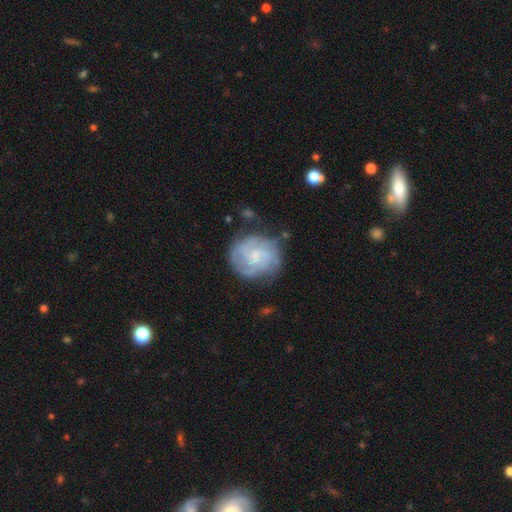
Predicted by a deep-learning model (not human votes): Smooth or featured?
  - featured or disk: 70% *
  - smooth: 23%
  - star or artifact: 6%
Edge-on disk?
  - no: 98% *
  - yes: 2%
Bar?
  - no: 66% *
  - weak: 31%
  - strong: 4%
Spiral arms?
  - yes: 87% *
  - no: 13%
Spiral winding?
  - tight: 54% *
  - medium: 35%
  - loose: 11%
Spiral arm count?
  - can't tell: 36% *
  - 3: 25%
  - 2: 19%
  - 4: 11%
  - 1: 5%
  - more than 4: 5%
Bulge size?
  - small: 52% *
  - moderate: 30%
  - none: 14%
  - large: 3%
  - dominant: 1%
Merging?
  - none: 69% *
  - minor disturbance: 20%
  - major disturbance: 9%
  - merger: 3%